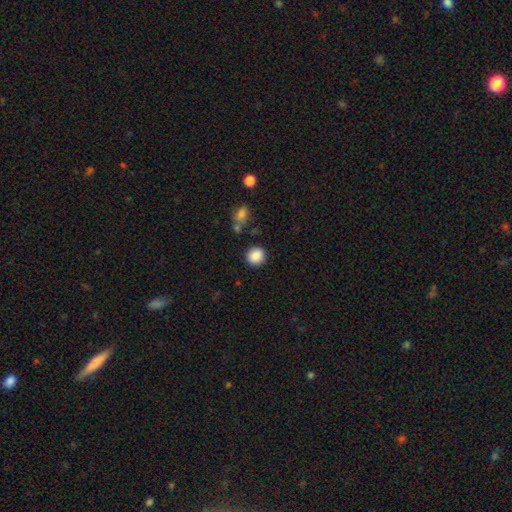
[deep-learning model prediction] smooth-or-featured: smooth: 88% | star or artifact: 8% | featured or disk: 3%
  how-rounded: round: 90% | in between: 9% | cigar-shaped: 1%
  merging: none: 87% | minor disturbance: 7% | merger: 3% | major disturbance: 3%